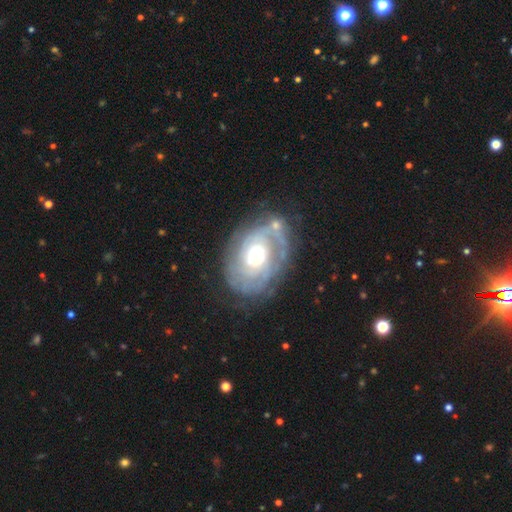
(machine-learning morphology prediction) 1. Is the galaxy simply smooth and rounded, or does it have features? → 80% featured or disk, 14% smooth, 6% star or artifact.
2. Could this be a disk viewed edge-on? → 96% no, 4% yes.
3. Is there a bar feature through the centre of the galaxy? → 78% no, 18% weak, 4% strong.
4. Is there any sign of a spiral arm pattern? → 86% yes, 14% no.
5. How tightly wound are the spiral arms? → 67% tight, 24% medium, 8% loose.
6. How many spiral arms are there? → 43% can't tell, 27% 2, 13% 3, 7% 1, 6% 4, 5% more than 4.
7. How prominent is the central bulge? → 48% small, 41% moderate, 9% large, 2% dominant, 1% none.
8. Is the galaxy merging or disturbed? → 64% none, 19% minor disturbance, 11% major disturbance, 5% merger.